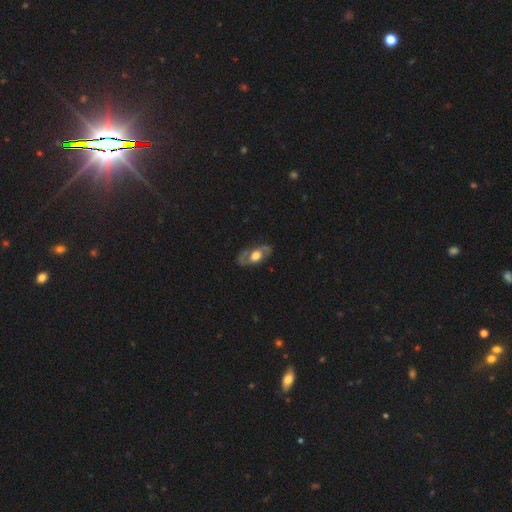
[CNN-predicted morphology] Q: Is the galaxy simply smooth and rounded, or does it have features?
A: featured or disk — 63%.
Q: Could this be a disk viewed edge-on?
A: no — 85%.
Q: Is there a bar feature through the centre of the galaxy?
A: no — 76%.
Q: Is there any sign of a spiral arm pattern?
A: yes — 55%.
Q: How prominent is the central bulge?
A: large — 50%.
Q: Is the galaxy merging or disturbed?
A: none — 77%.